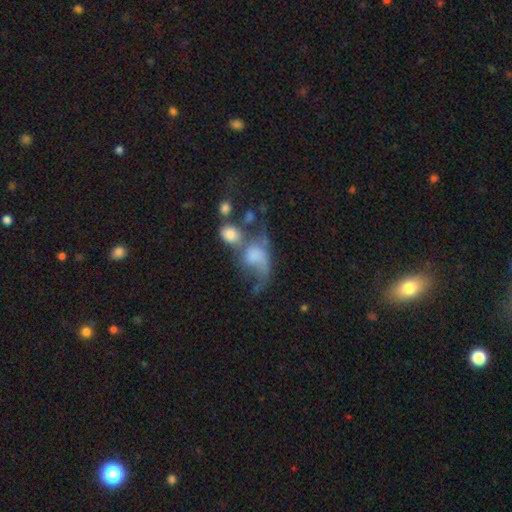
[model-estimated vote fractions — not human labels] smooth 53%, featured or disk 36%, star or artifact 11%. Down the decision tree: how rounded — in between (65%); merging — merger (42%).